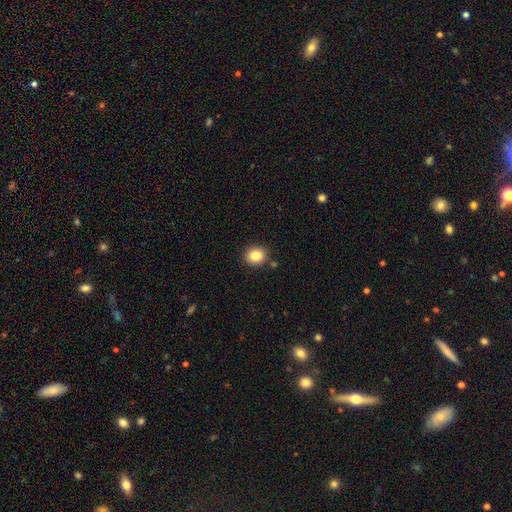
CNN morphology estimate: The model was most divided on "how rounded": round: 78%, in between: 21%, cigar-shaped: 1%. More confident: merging — none (86%); smooth or featured — smooth (85%).